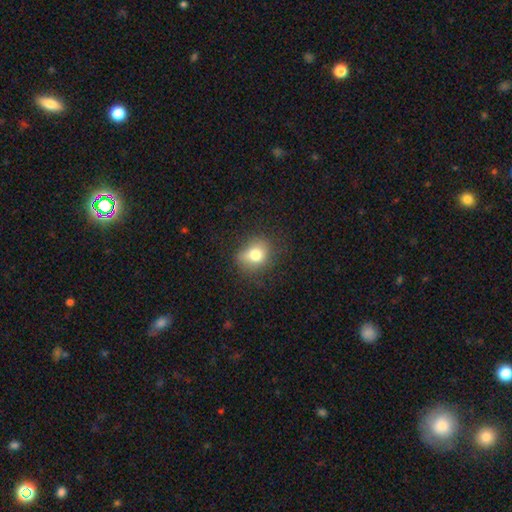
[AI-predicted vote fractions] smooth 77%, star or artifact 12%, featured or disk 11%. Down the decision tree: how rounded — round (64%); merging — none (66%).